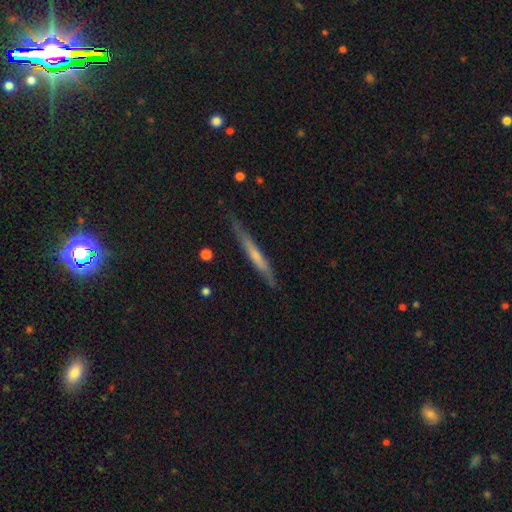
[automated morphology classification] Overall: featured or disk (50%; smooth 44%). Merging: none (79%).